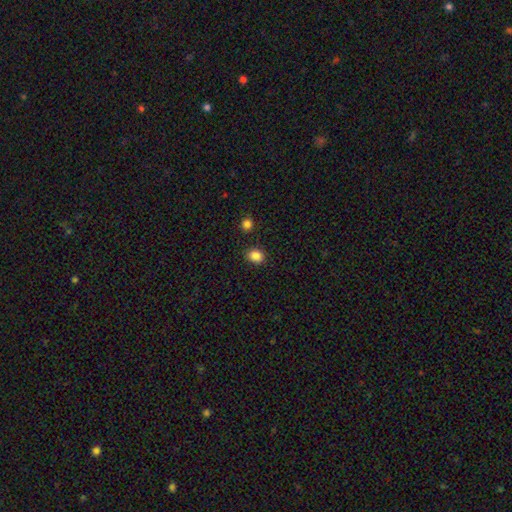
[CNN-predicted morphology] type=smooth (86%); roundness=round (57%); merging=none (86%).